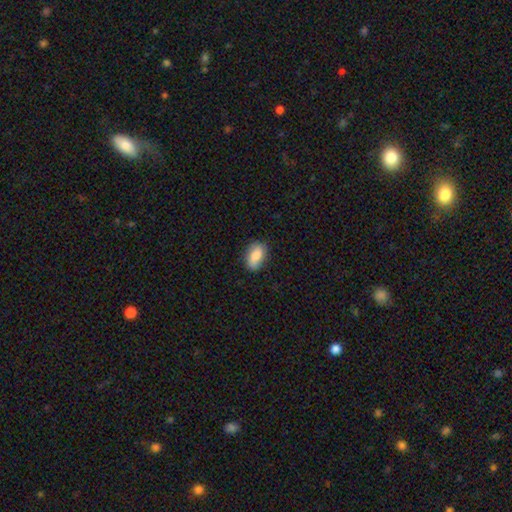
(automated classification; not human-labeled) Smooth or featured: smooth — 84% (featured or disk — 9%)
How rounded: in between — 91% (round — 7%)
Merging: none — 79% (minor disturbance — 17%)